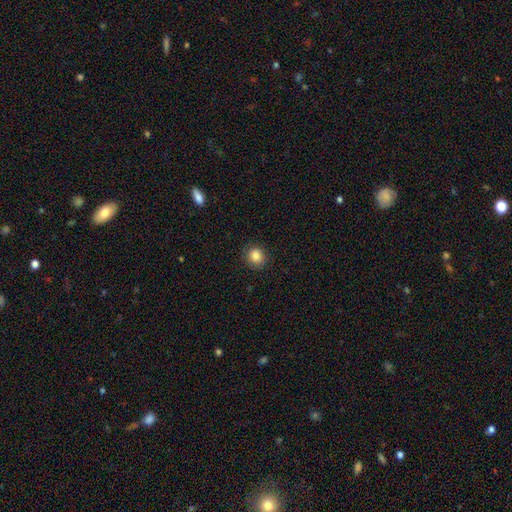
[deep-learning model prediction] smooth_or_featured: smooth (p=0.85) [alt: star or artifact p=0.10]
how_rounded: round (p=0.82) [alt: in between p=0.17]
merging: none (p=0.88) [alt: minor disturbance p=0.09]